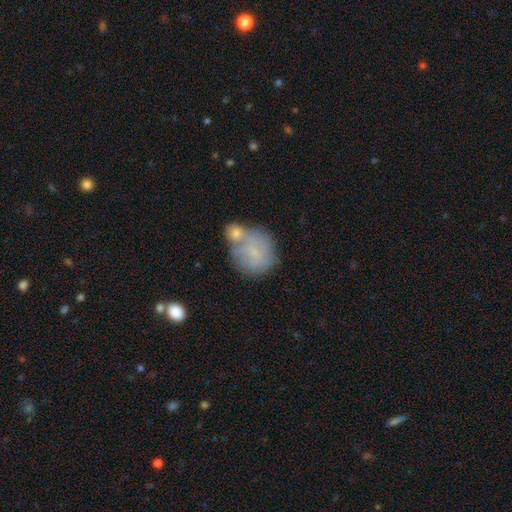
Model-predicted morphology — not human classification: smooth 62%, featured or disk 29%, star or artifact 9%. Down the decision tree: how rounded — round (81%); merging — merger (50%).